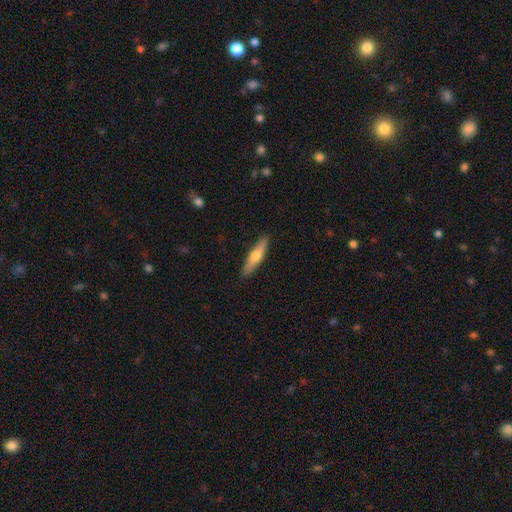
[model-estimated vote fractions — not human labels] Smooth or featured? Predicted: smooth (p=0.58). How rounded? Predicted: cigar-shaped (p=0.80). Merging? Predicted: none (p=0.89).